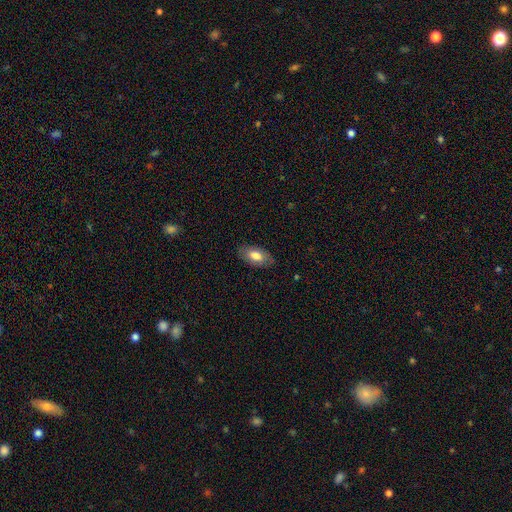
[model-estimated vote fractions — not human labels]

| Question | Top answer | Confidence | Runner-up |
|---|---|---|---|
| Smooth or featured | smooth | 76% | featured or disk (18%) |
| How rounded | in between | 93% | round (4%) |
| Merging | none | 82% | minor disturbance (14%) |